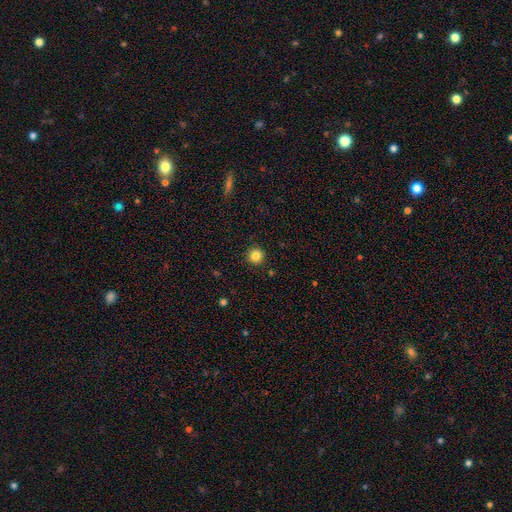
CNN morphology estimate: A smooth galaxy with no disk features (84%) that is round (95%).

Vote fractions:
- Smooth or featured? smooth: 84% / star or artifact: 11% / featured or disk: 5%
- How rounded? round: 95% / in between: 4% / cigar-shaped: 1%
- Merging? none: 92% / minor disturbance: 5% / major disturbance: 2% / merger: 1%